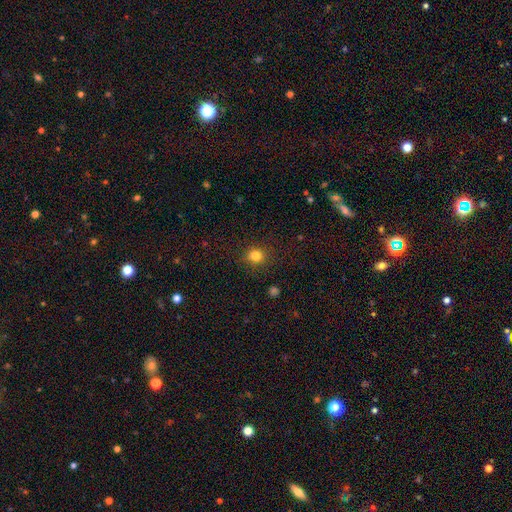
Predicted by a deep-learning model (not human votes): Smooth or featured? smooth (82%)
How rounded? round (86%)
Merging? none (87%)